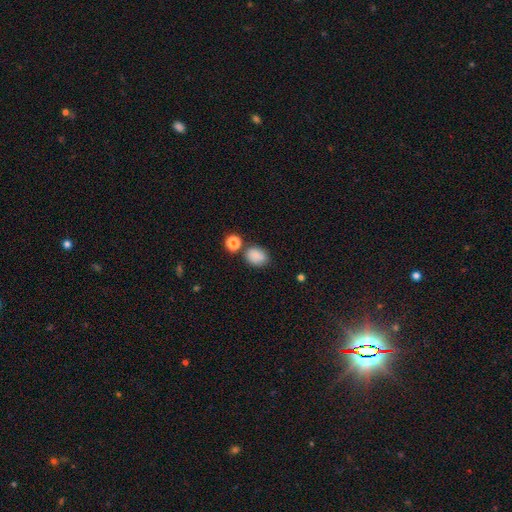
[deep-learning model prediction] This is clearly a smooth galaxy (86%). How rounded: likely in between (63%). Merging: likely none (70%).